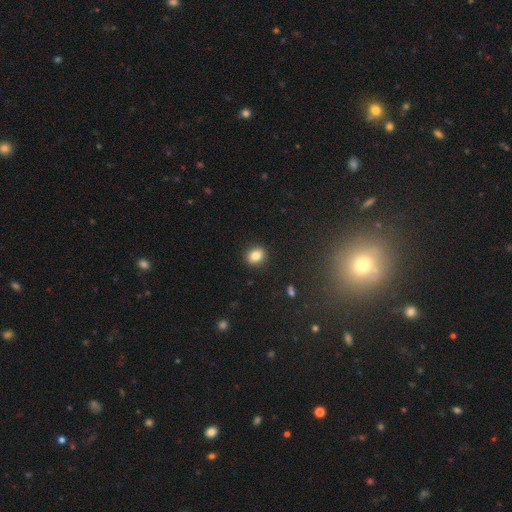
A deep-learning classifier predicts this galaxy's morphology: smooth_or_featured: smooth (p=0.83) [alt: star or artifact p=0.10]
how_rounded: round (p=0.55) [alt: in between p=0.43]
merging: none (p=0.89) [alt: minor disturbance p=0.08]